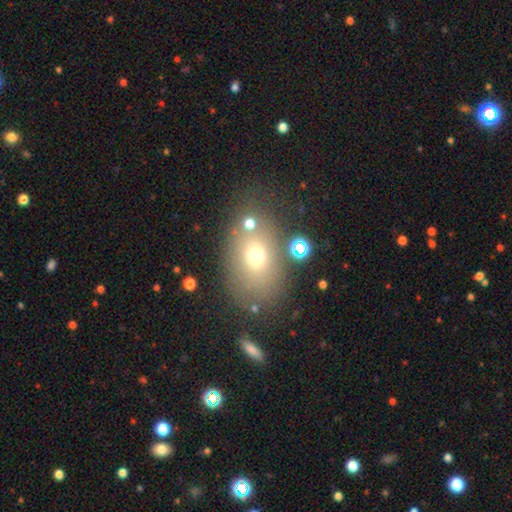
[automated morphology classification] A smooth galaxy with no disk features (67%) that is in between round and cigar-shaped (70%). Merging: none (69%).